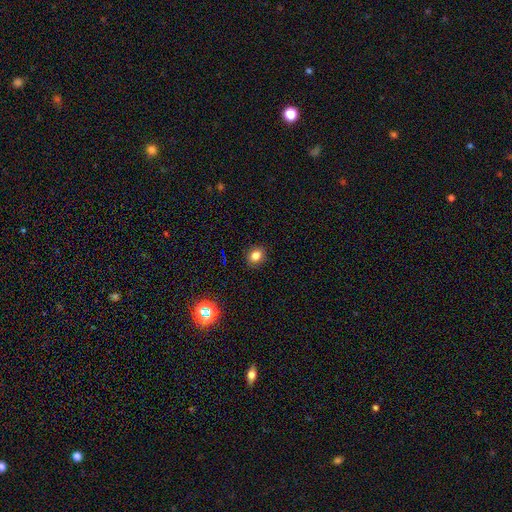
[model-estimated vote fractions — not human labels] This appears to be a smooth galaxy with no disk features (80%) that is round (58%). Merging: none (88%).